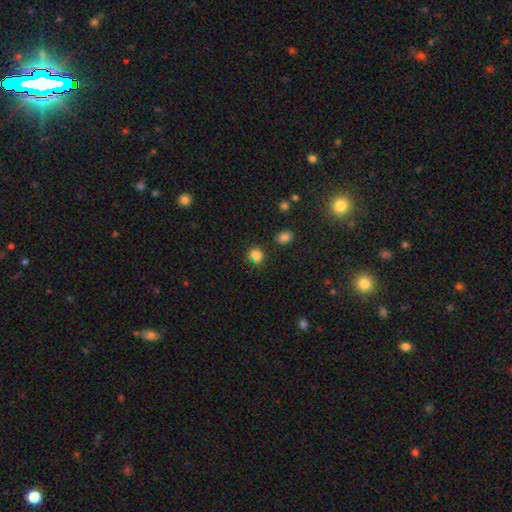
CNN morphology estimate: Smooth or featured?
  - smooth: 81% *
  - star or artifact: 15%
  - featured or disk: 4%
How rounded?
  - round: 79% *
  - in between: 20%
  - cigar-shaped: 1%
Merging?
  - none: 77% *
  - minor disturbance: 12%
  - merger: 7%
  - major disturbance: 4%